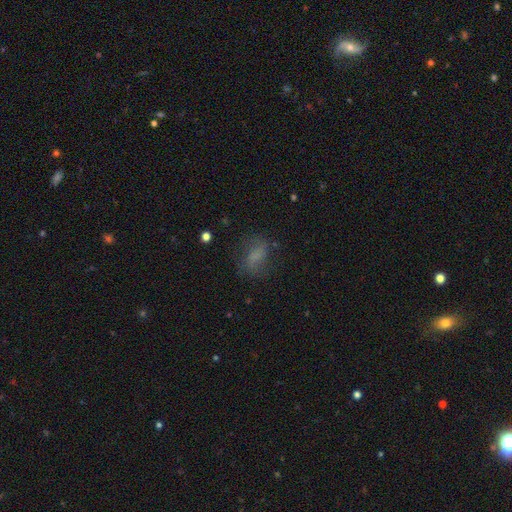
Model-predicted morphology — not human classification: This is likely a smooth galaxy (64%). How rounded: likely in between (74%). Merging: likely none (67%).